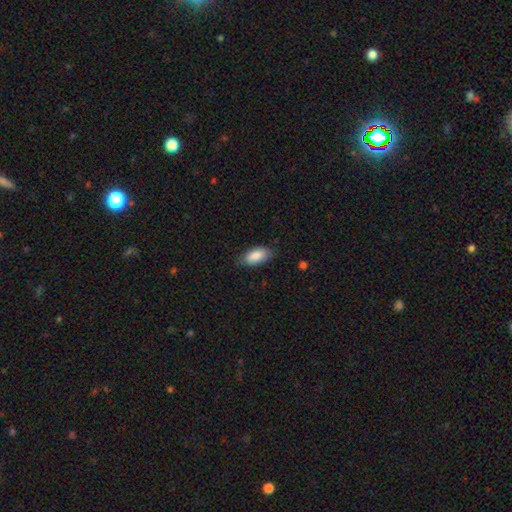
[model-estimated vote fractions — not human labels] Overall: smooth (86%). How rounded: in between (92%). Merging: none (79%).